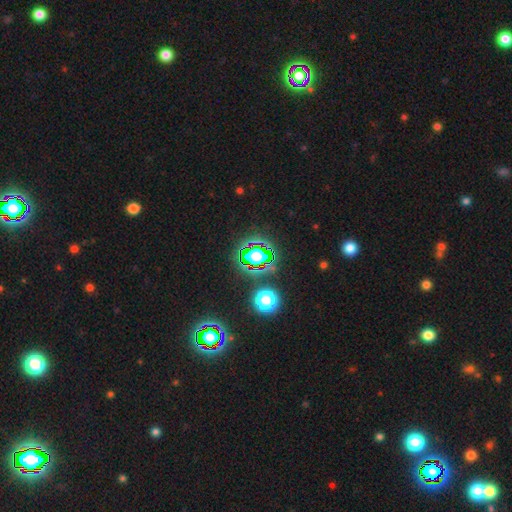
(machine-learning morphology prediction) type=star or artifact (65%).